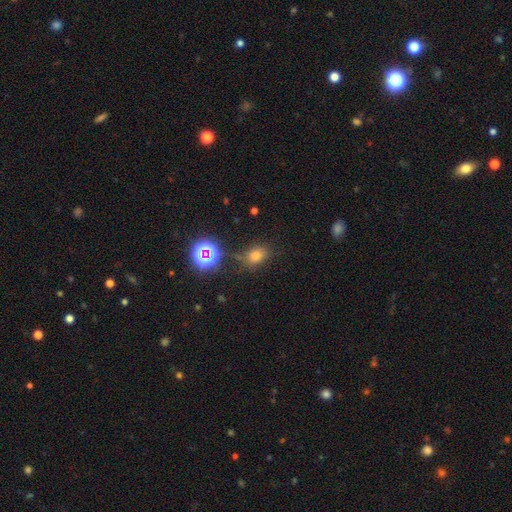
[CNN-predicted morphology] Overall: smooth (67%). How rounded: in between (55%; round 44%). Merging: none (74%).